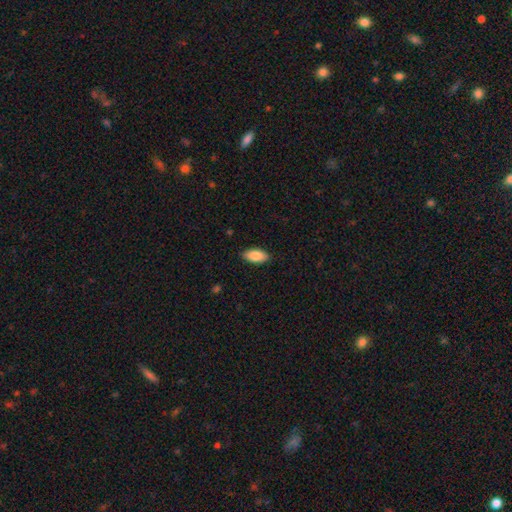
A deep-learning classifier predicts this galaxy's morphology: smooth 88%, featured or disk 6%, star or artifact 6%. Down the decision tree: how rounded — in between (92%); merging — none (89%).